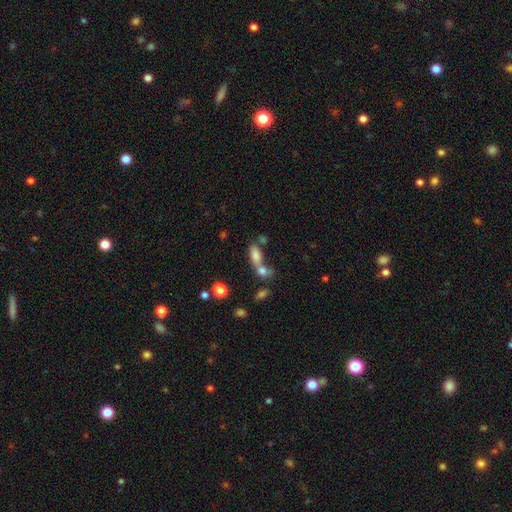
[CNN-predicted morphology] Smooth or featured? smooth (75%)
How rounded? in between (78%)
Merging? merger (56%)